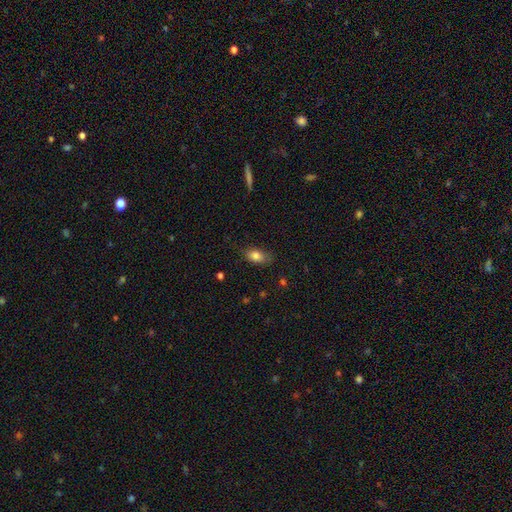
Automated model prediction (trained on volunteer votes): The model was most divided on "merging": none: 73%, minor disturbance: 21%, major disturbance: 5%, merger: 1%. More confident: how rounded — in between (85%); smooth or featured — smooth (82%).